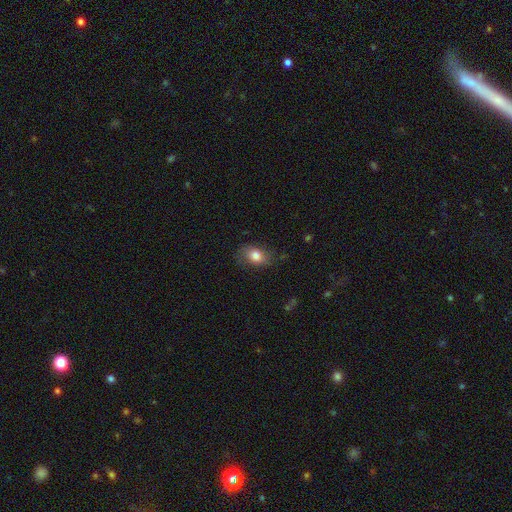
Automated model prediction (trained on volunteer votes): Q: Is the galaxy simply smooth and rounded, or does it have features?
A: smooth — 80%.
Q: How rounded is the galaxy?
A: in between — 80%.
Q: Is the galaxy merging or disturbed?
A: none — 72%.